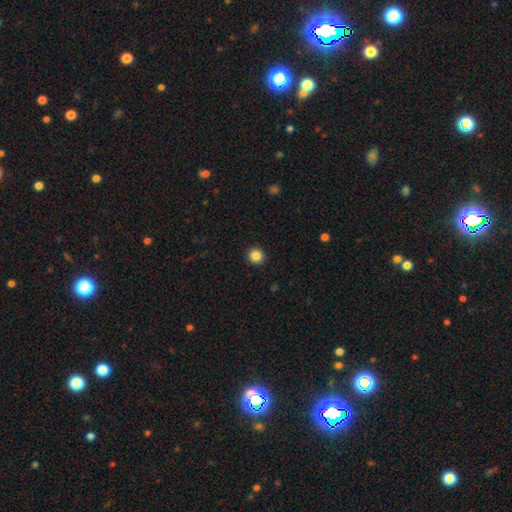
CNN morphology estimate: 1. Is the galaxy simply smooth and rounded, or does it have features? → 86% smooth, 10% star or artifact, 4% featured or disk.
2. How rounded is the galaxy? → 92% round, 7% in between, 1% cigar-shaped.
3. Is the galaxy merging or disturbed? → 93% none, 5% minor disturbance, 2% major disturbance, 1% merger.